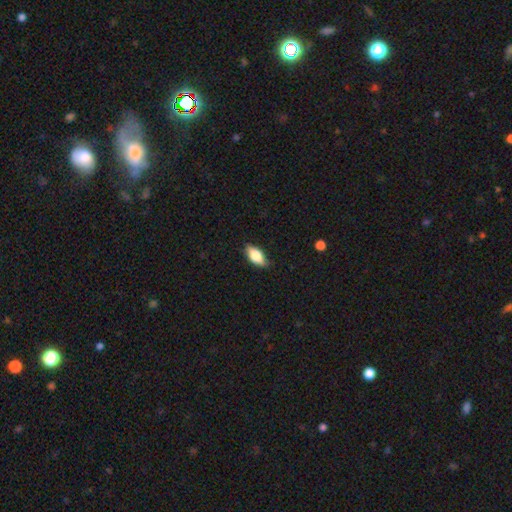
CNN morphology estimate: A smooth galaxy with no disk features (71%) that is in between round and cigar-shaped (85%). Merging: none (81%).